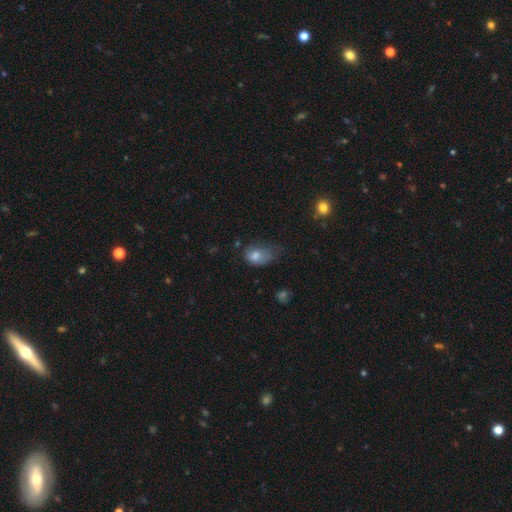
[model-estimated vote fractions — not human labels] Smooth or featured?
  - smooth: 75% *
  - featured or disk: 15%
  - star or artifact: 10%
How rounded?
  - in between: 77% *
  - round: 21%
  - cigar-shaped: 2%
Merging?
  - minor disturbance: 40% *
  - major disturbance: 34%
  - none: 24%
  - merger: 3%